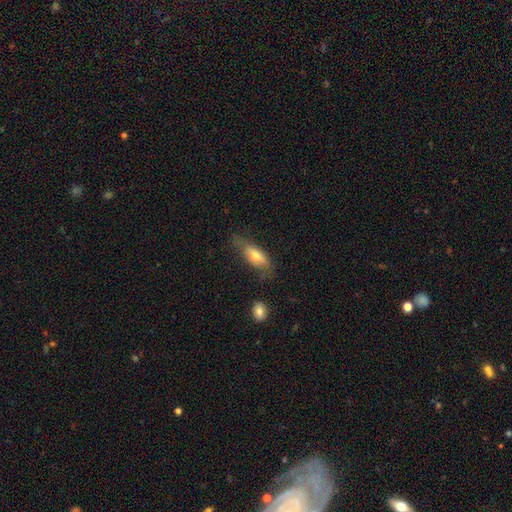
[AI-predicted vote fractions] A smooth galaxy with no disk features (64%) that is in between round and cigar-shaped (61%). Merging: none (59%).